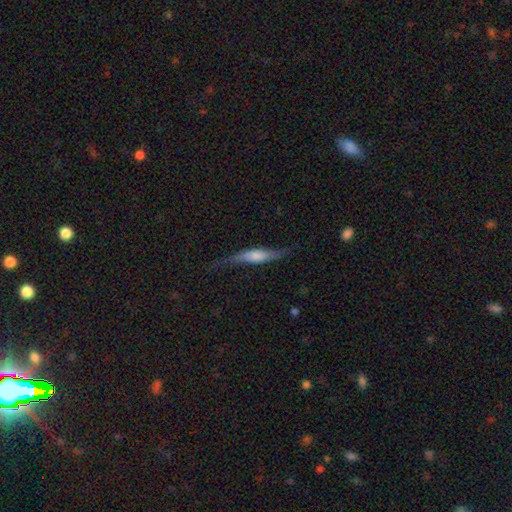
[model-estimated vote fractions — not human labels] A featured or disk galaxy (61%) viewed edge-on (82%).

Vote fractions:
- Smooth or featured? featured or disk: 61% / smooth: 32% / star or artifact: 7%
- Edge-on disk? yes: 82% / no: 18%
- Merging? none: 65% / minor disturbance: 23% / major disturbance: 10% / merger: 2%